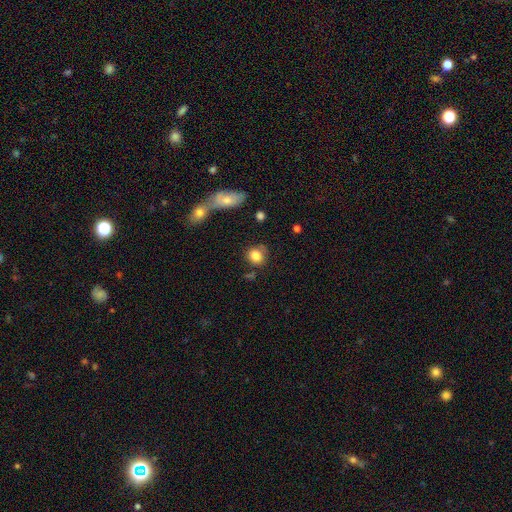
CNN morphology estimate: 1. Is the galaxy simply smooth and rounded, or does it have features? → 82% smooth, 9% star or artifact, 8% featured or disk.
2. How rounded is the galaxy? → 78% round, 21% in between, 1% cigar-shaped.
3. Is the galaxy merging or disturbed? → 71% none, 17% minor disturbance, 7% merger, 5% major disturbance.